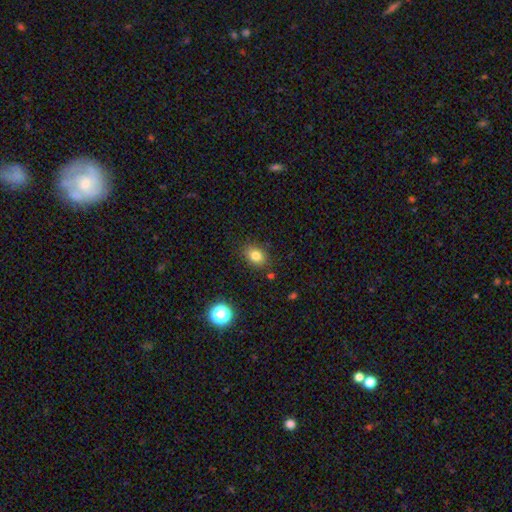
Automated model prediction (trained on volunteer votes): This is clearly a smooth galaxy (80%). How rounded: likely in between (65%). Merging: clearly none (85%).